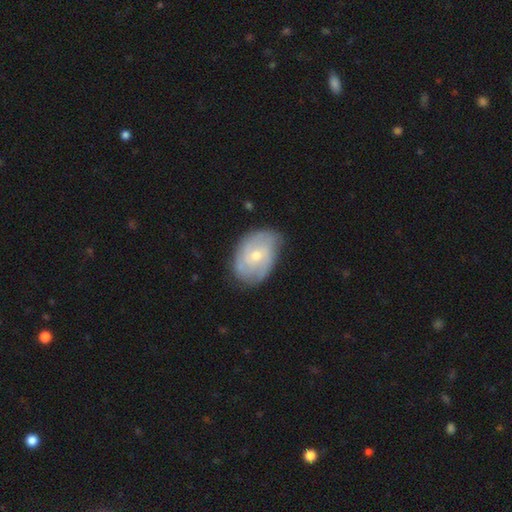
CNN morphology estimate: smooth-or-featured: featured or disk: 72% | smooth: 22% | star or artifact: 5%
  disk-edge-on: no: 96% | yes: 4%
    bar: no: 70% | weak: 26% | strong: 4%
    has-spiral-arms: yes: 88% | no: 12%
      spiral-winding: tight: 61% | medium: 31% | loose: 9%
      spiral-arm-count: can't tell: 35% | 2: 28% | 3: 22% | 4: 7% | 1: 4% | more than 4: 4%
    bulge-size: moderate: 51% | small: 46% | large: 1% | none: 1% | dominant: 1%
  merging: none: 71% | minor disturbance: 23% | major disturbance: 5% | merger: 1%